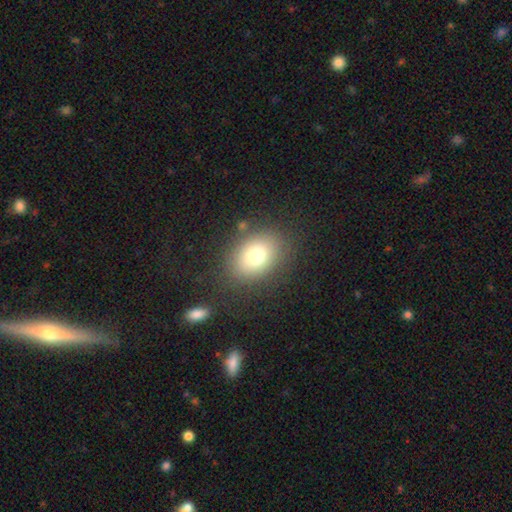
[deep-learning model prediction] This is likely a smooth galaxy (76%). How rounded: likely in between (68%). Merging: clearly none (81%).